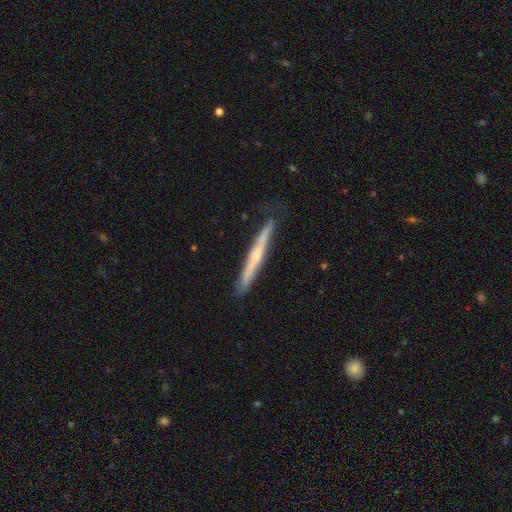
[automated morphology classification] Smooth or featured? Predicted: featured or disk (p=0.59). Edge-on disk? Predicted: yes (p=0.96). Edge-on bulge? Predicted: rounded (p=0.52). Merging? Predicted: none (p=0.82).